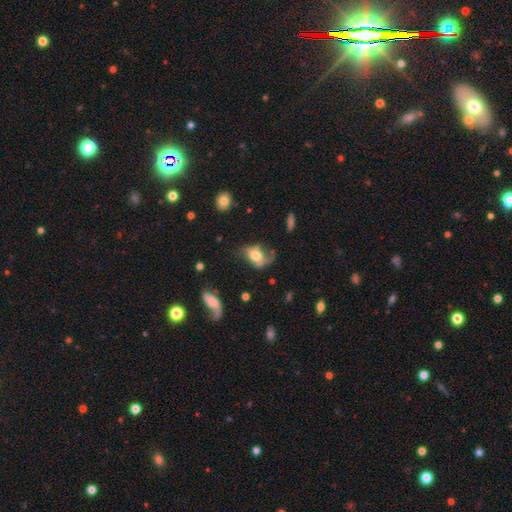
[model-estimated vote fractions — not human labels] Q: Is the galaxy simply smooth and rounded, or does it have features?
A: smooth — 49%.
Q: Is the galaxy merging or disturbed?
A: none — 35%.